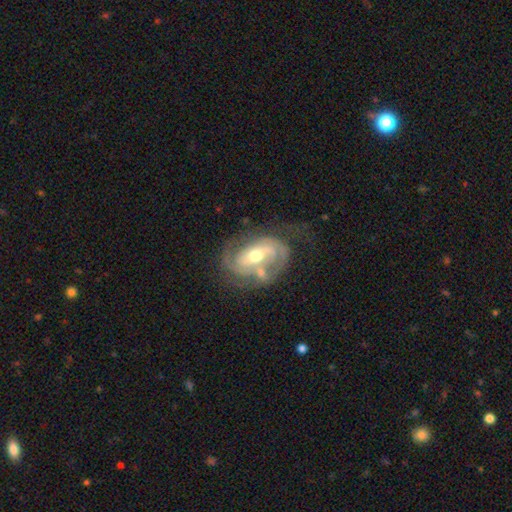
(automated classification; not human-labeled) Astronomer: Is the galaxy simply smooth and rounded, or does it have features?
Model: featured or disk — 86%.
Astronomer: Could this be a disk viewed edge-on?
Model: no — 97%.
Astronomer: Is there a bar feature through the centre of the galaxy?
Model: weak — 39% (runner-up: no, 38%).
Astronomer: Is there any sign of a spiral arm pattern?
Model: yes — 93%.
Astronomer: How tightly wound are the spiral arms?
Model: tight — 52% (runner-up: medium, 36%).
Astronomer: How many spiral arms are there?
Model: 2 — 54%.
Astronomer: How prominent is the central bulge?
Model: moderate — 64%.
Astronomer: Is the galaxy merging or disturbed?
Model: none — 51%.